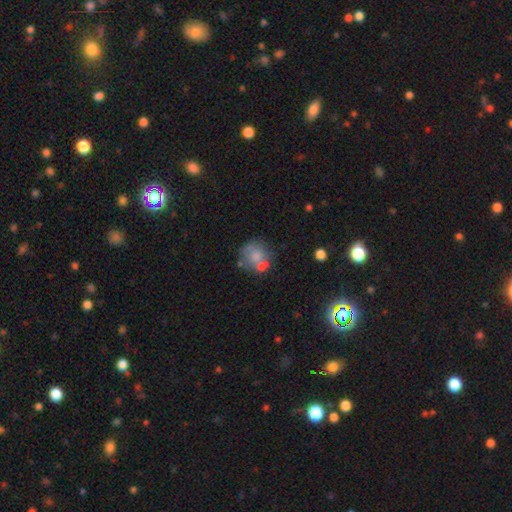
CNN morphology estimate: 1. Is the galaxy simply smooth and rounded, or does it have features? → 61% smooth, 29% featured or disk, 10% star or artifact.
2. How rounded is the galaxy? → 78% round, 21% in between, 1% cigar-shaped.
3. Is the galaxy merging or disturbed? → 45% none, 25% merger, 19% minor disturbance, 12% major disturbance.